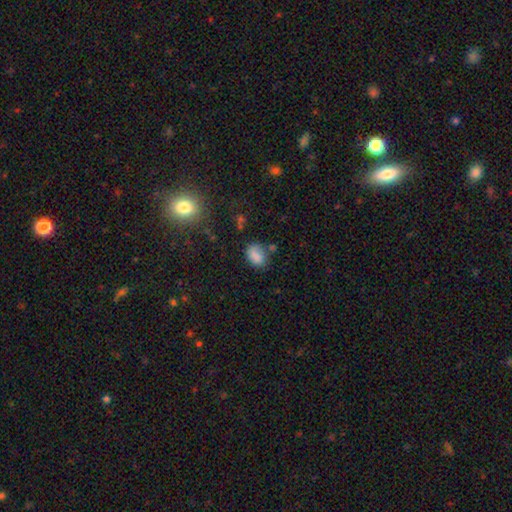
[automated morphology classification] This is likely a smooth galaxy (80%). How rounded: likely in between (69%). Merging: likely none (60%).